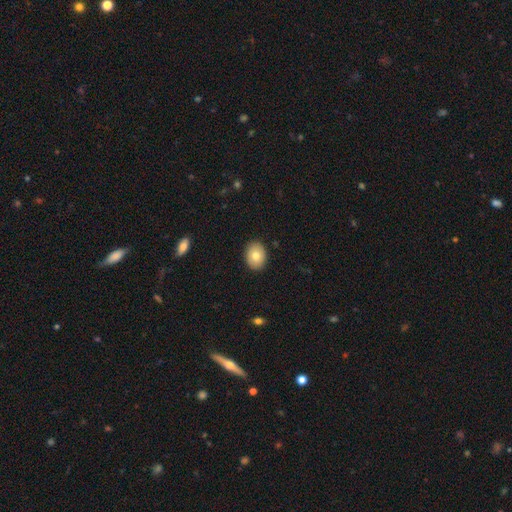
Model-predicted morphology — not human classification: The model was most divided on "how rounded": in between: 67%, round: 32%, cigar-shaped: 1%. More confident: merging — none (90%); smooth or featured — smooth (78%).